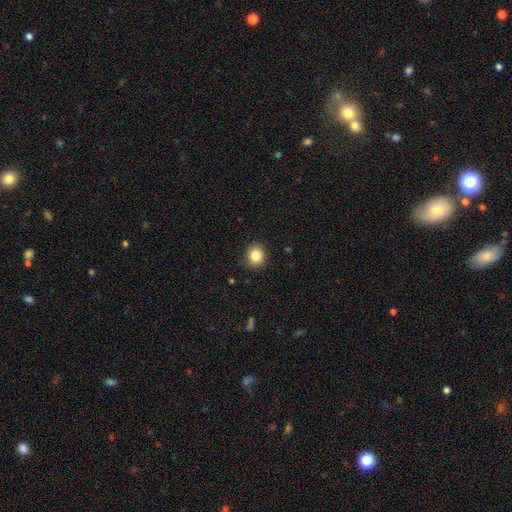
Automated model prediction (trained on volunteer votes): Morphology: type=smooth (85%); roundness=round (75%); merging=none (89%).